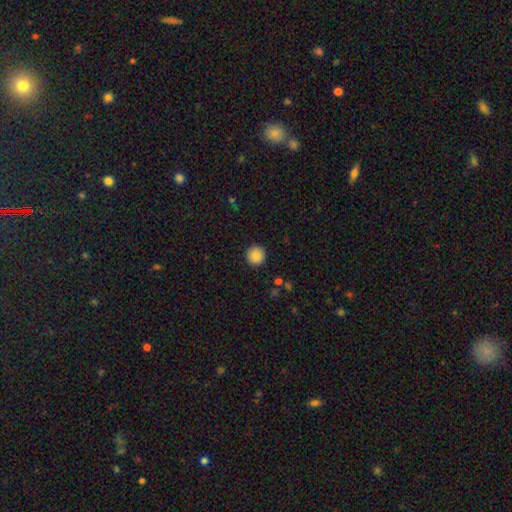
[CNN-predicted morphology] smooth_or_featured: smooth (p=0.87) [alt: star or artifact p=0.09]
how_rounded: round (p=0.96) [alt: in between p=0.03]
merging: none (p=0.92) [alt: minor disturbance p=0.05]